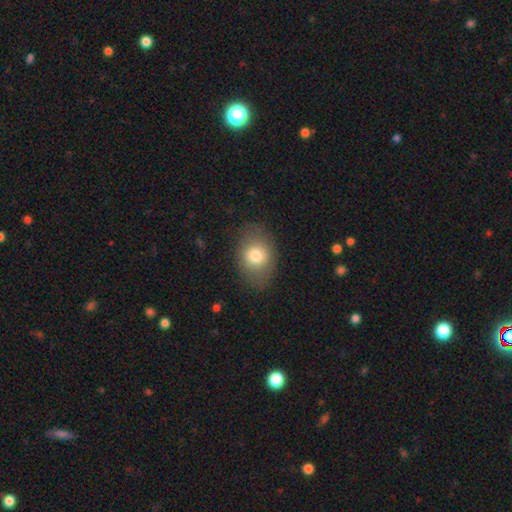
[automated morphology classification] Overall: smooth (77%). How rounded: in between (71%). Merging: none (80%).